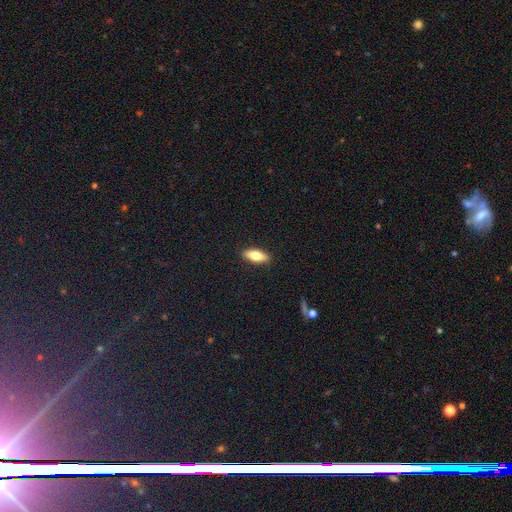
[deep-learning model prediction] Smooth or featured: smooth — 72% (featured or disk — 22%)
How rounded: in between — 71% (cigar-shaped — 26%)
Merging: none — 89% (minor disturbance — 8%)